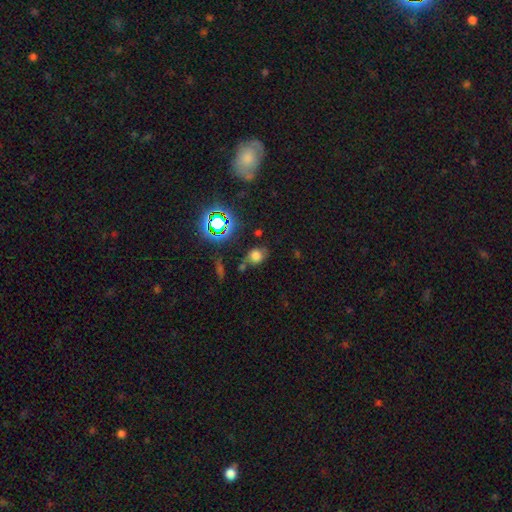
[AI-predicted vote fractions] Overall: smooth (65%). How rounded: round (50%; in between 48%). Merging: none (64%).